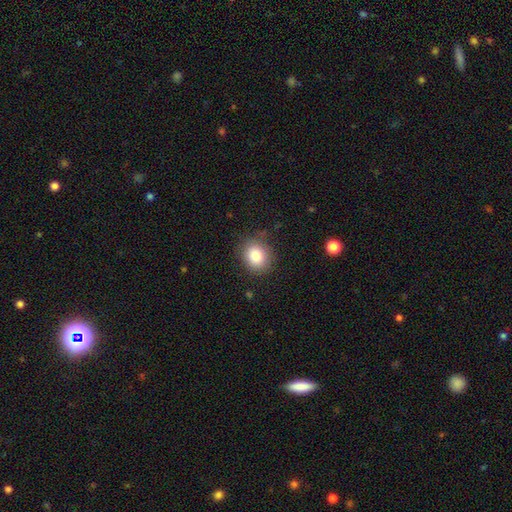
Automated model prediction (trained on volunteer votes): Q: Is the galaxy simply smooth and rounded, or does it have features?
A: smooth — 84%.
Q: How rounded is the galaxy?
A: round — 65%.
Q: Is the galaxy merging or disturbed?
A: none — 83%.